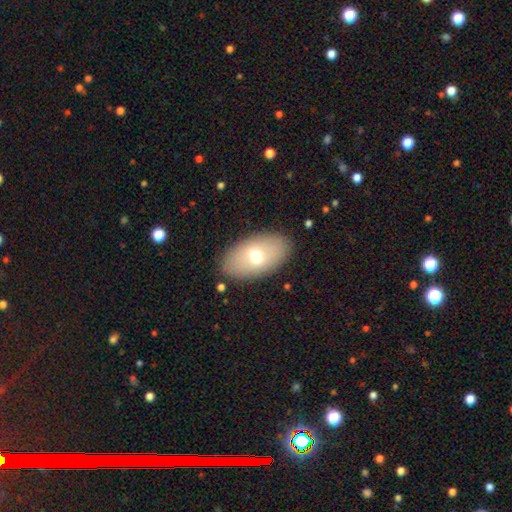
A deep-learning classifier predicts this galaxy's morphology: A smooth galaxy with no disk features (67%) that is in between round and cigar-shaped (92%). Merging: none (86%).